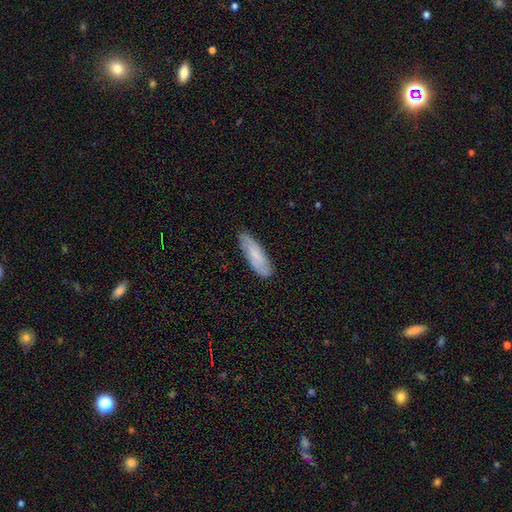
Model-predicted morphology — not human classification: Smooth or featured? Predicted: smooth (p=0.57). How rounded? Predicted: in between (p=0.50). Merging? Predicted: none (p=0.82).